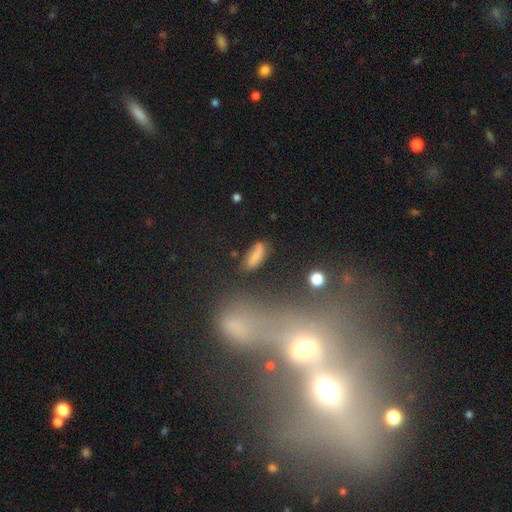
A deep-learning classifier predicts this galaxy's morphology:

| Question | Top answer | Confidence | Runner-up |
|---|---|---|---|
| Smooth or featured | smooth | 75% | featured or disk (15%) |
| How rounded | in between | 62% | cigar-shaped (35%) |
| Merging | none | 72% | minor disturbance (18%) |